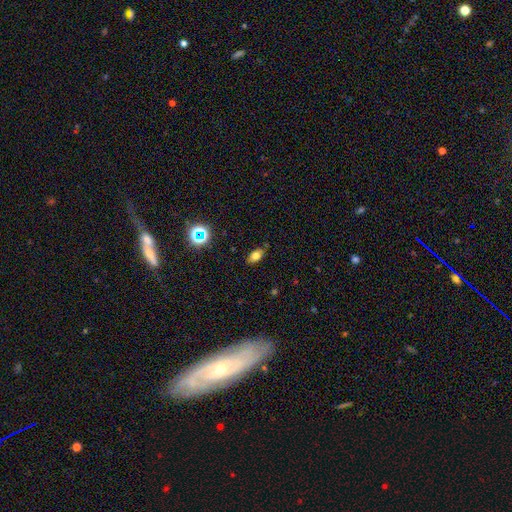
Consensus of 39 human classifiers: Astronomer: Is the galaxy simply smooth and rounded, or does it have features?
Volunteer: smooth — 74%.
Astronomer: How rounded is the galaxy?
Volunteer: in between — 90%.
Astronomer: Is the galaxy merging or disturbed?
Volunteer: none — 80%.